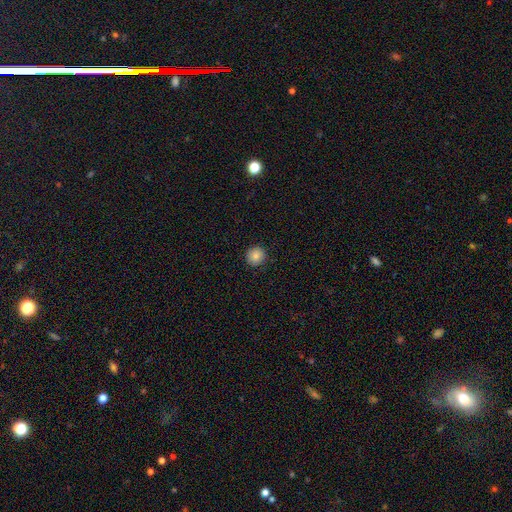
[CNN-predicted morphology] smooth 85%, star or artifact 10%, featured or disk 5%. Down the decision tree: how rounded — round (93%); merging — none (91%).